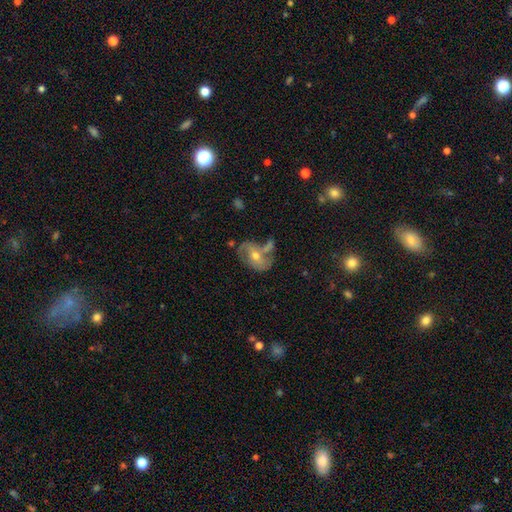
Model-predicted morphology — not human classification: A featured or disk galaxy (65%) with no bar (58%), spiral arms (76%) and a moderate central bulge (63%). Merging: none (40%).